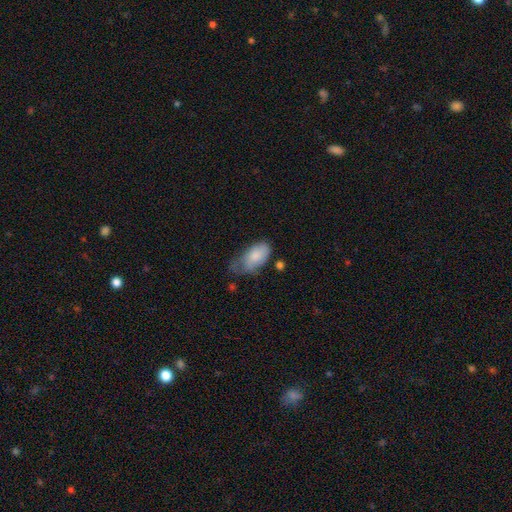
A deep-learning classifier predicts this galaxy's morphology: type=smooth (80%); roundness=in between (94%); merging=minor disturbance (42%).